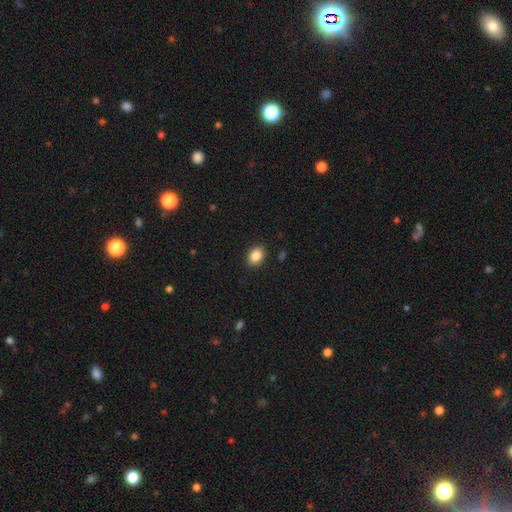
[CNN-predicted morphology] Smooth or featured? smooth (86%)
How rounded? in between (69%)
Merging? none (90%)